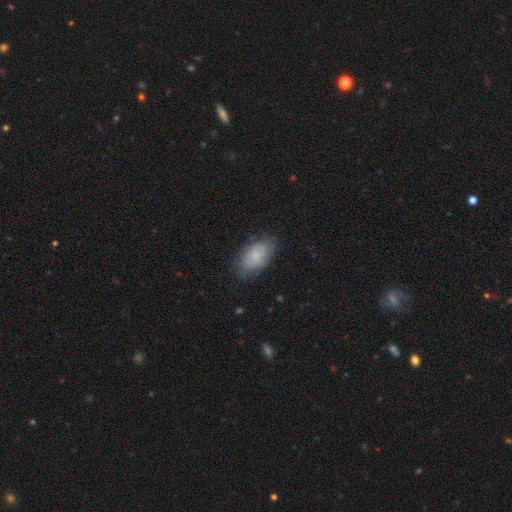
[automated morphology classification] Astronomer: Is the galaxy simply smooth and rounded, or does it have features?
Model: smooth — 73%.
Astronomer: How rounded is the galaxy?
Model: in between — 94%.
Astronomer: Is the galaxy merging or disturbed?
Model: none — 71%.